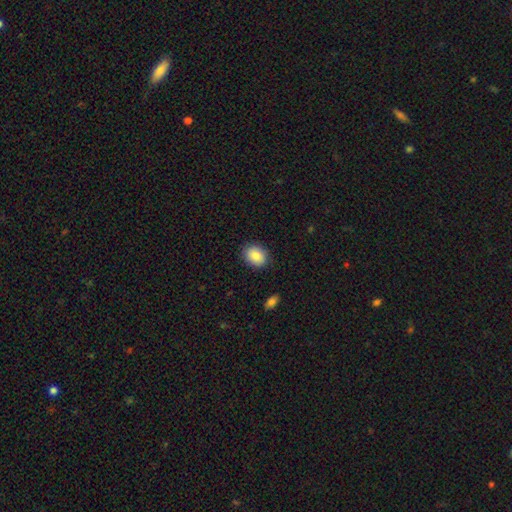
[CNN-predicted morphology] This appears to be a smooth galaxy with no disk features (87%) that is in between round and cigar-shaped (55%). Merging: none (87%).